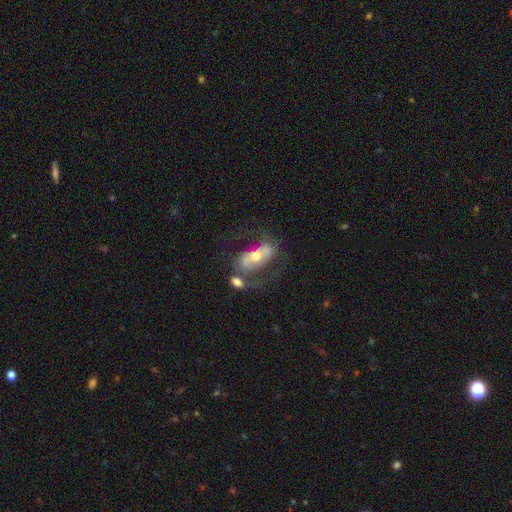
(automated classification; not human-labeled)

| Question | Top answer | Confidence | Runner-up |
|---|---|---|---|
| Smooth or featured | featured or disk | 68% | smooth (26%) |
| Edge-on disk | no | 91% | yes (9%) |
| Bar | no | 38% | strong (32%) |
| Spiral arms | yes | 67% | no (33%) |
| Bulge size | moderate | 69% | small (20%) |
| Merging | none | 43% | merger (22%) |